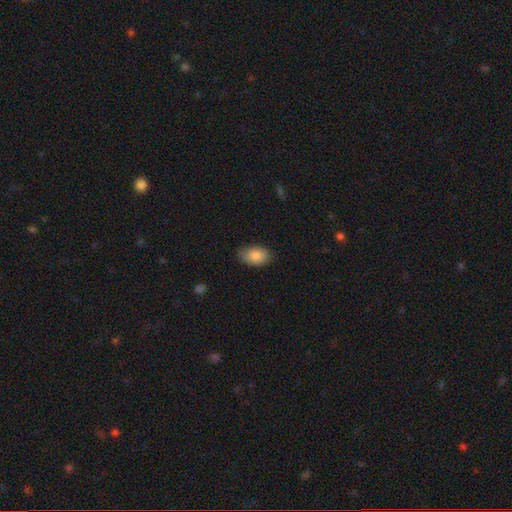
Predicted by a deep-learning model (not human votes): Q: Smooth or featured?
A: smooth (86%); runner-up: star or artifact (7%)
Q: How rounded?
A: in between (90%); runner-up: round (8%)
Q: Merging?
A: none (78%); runner-up: minor disturbance (18%)